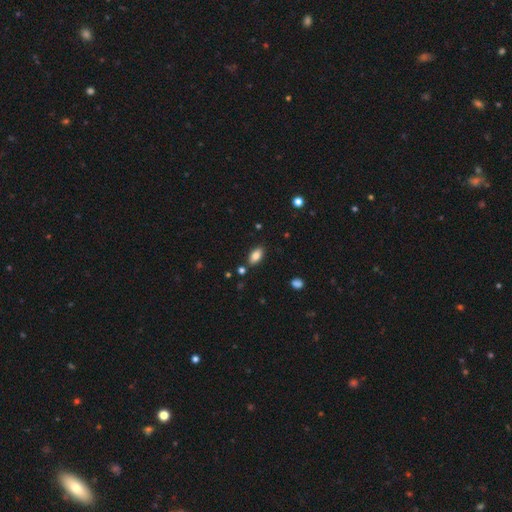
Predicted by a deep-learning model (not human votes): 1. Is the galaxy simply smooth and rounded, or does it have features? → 83% smooth, 9% featured or disk, 8% star or artifact.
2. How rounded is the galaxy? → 91% in between, 5% cigar-shaped, 4% round.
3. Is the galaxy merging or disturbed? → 85% none, 10% minor disturbance, 3% merger, 2% major disturbance.